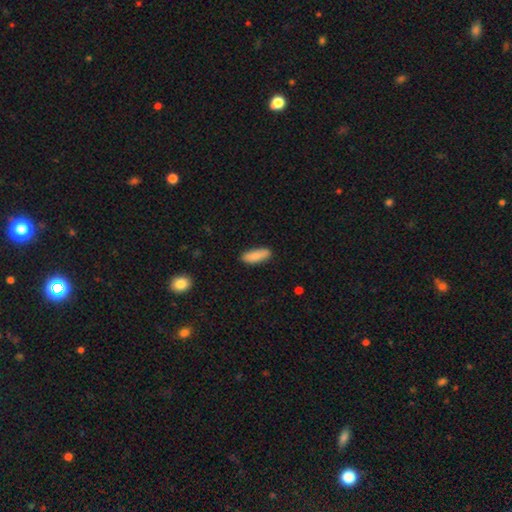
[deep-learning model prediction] The model was most divided on "how rounded": in between: 61%, cigar-shaped: 37%, round: 2%. More confident: smooth or featured — smooth (86%); merging — none (85%).